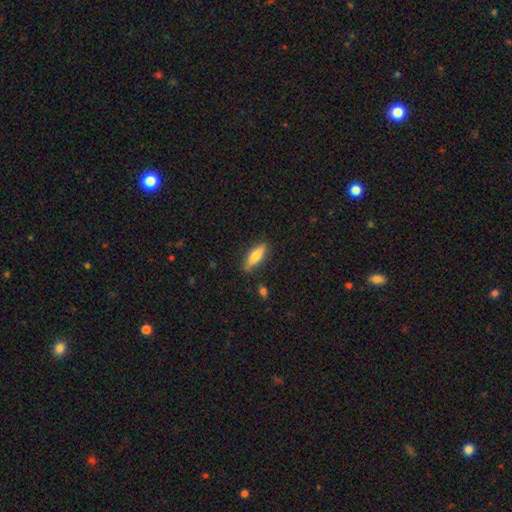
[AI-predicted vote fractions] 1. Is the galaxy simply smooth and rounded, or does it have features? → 75% smooth, 18% featured or disk, 6% star or artifact.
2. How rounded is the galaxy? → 56% in between, 42% cigar-shaped, 2% round.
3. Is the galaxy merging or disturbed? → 82% none, 13% minor disturbance, 3% major disturbance, 2% merger.